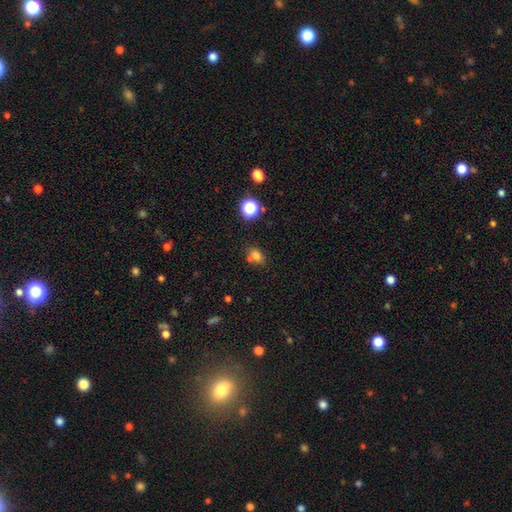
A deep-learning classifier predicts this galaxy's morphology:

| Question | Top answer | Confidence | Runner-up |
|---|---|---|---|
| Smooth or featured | smooth | 75% | star or artifact (17%) |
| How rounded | in between | 55% | round (43%) |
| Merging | none | 60% | merger (20%) |